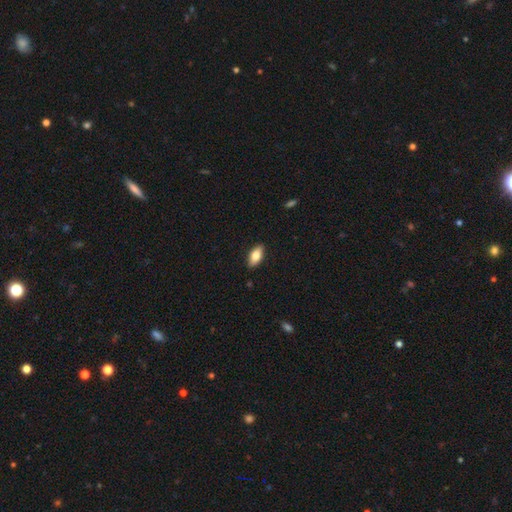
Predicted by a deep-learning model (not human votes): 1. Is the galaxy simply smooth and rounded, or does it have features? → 76% smooth, 17% featured or disk, 7% star or artifact.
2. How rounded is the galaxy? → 86% in between, 11% cigar-shaped, 3% round.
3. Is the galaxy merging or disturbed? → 88% none, 9% minor disturbance, 2% major disturbance, 1% merger.